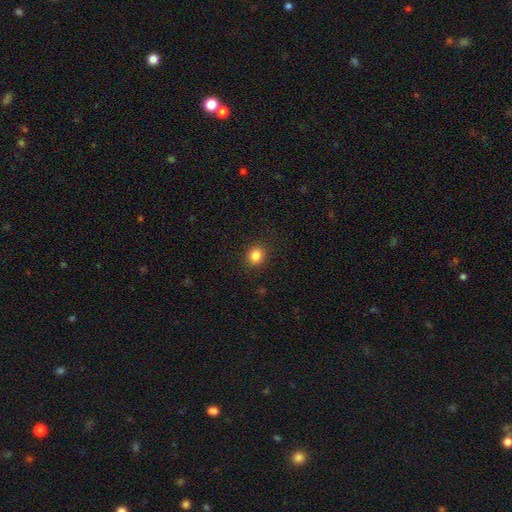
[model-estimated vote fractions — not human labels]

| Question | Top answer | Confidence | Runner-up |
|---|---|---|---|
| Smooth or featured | smooth | 84% | star or artifact (11%) |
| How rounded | round | 76% | in between (23%) |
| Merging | none | 90% | minor disturbance (7%) |